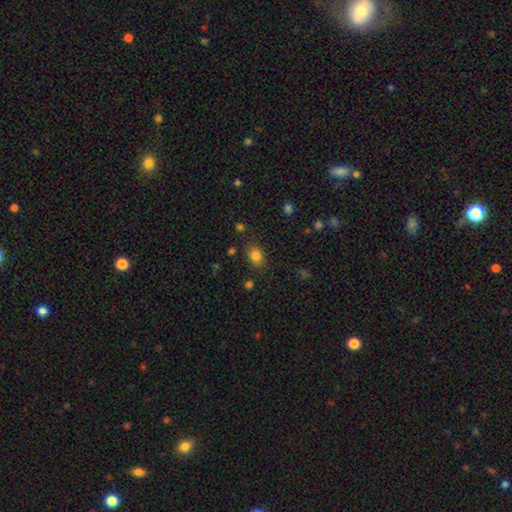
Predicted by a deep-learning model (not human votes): Smooth or featured?
  - smooth: 83% *
  - star or artifact: 11%
  - featured or disk: 6%
How rounded?
  - in between: 73% *
  - round: 26%
  - cigar-shaped: 1%
Merging?
  - none: 82% *
  - minor disturbance: 12%
  - major disturbance: 4%
  - merger: 2%